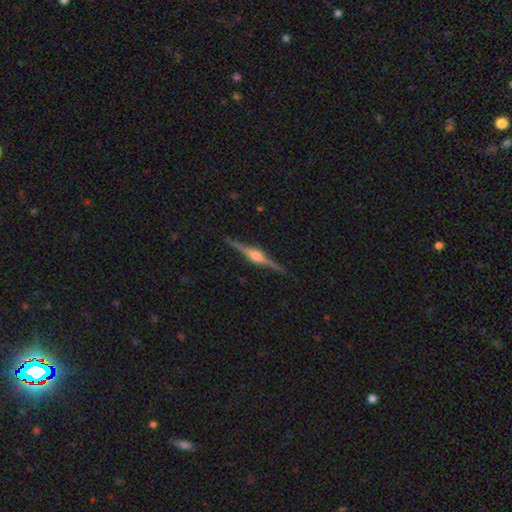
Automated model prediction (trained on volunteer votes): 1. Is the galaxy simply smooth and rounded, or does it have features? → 89% featured or disk, 6% smooth, 5% star or artifact.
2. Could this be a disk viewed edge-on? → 99% yes, 1% no.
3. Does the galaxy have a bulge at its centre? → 92% rounded, 7% boxy, 2% none.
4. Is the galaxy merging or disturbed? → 91% none, 7% minor disturbance, 1% major disturbance, 1% merger.